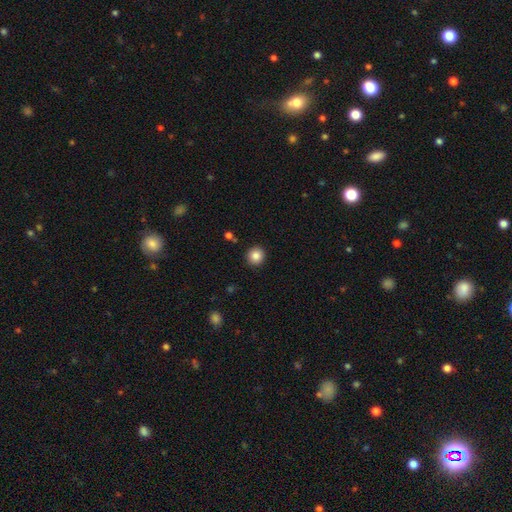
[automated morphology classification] This is clearly a smooth galaxy (86%). How rounded: clearly round (93%). Merging: clearly none (91%).